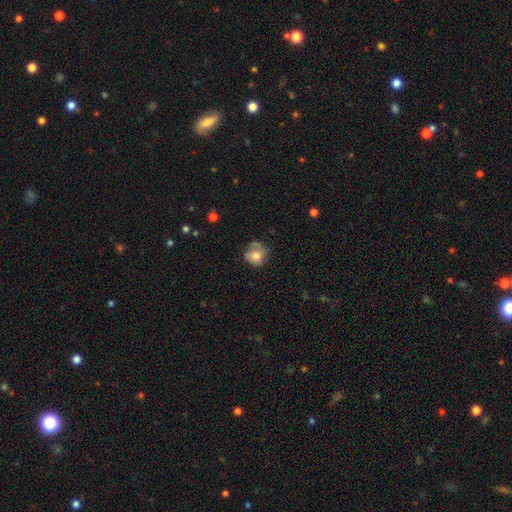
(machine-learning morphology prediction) smooth-or-featured: smooth: 69% | featured or disk: 22% | star or artifact: 9%
  how-rounded: round: 75% | in between: 24% | cigar-shaped: 1%
  merging: none: 49% | minor disturbance: 30% | major disturbance: 17% | merger: 4%